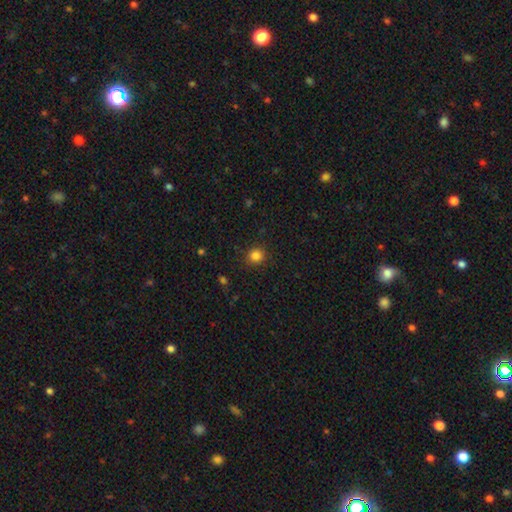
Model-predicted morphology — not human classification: Smooth or featured? Predicted: smooth (p=0.84). How rounded? Predicted: round (p=0.90). Merging? Predicted: none (p=0.89).